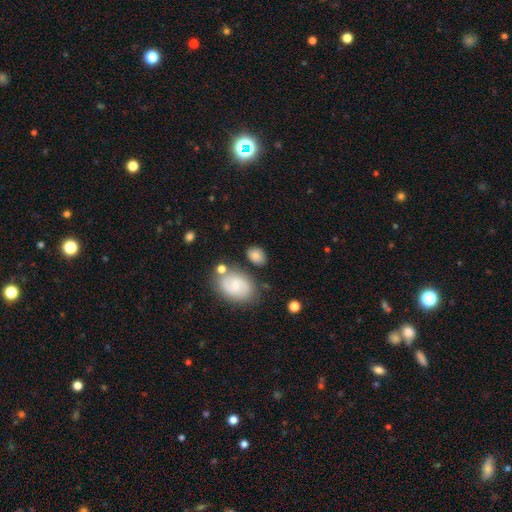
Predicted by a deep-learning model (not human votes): smooth 75%, featured or disk 16%, star or artifact 10%. Down the decision tree: how rounded — in between (74%); merging — none (72%).